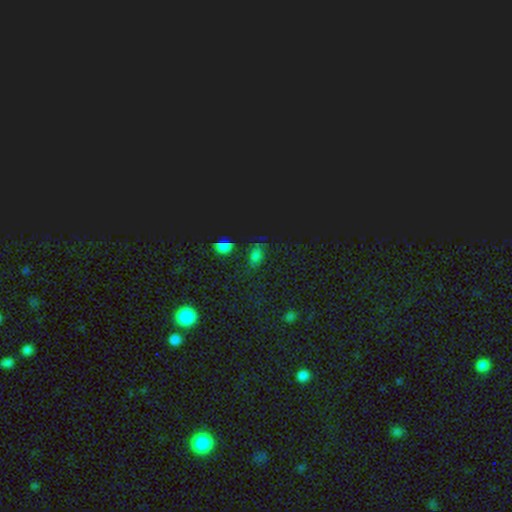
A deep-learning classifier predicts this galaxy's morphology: Smooth or featured?
  - star or artifact: 50% *
  - smooth: 42%
  - featured or disk: 9%